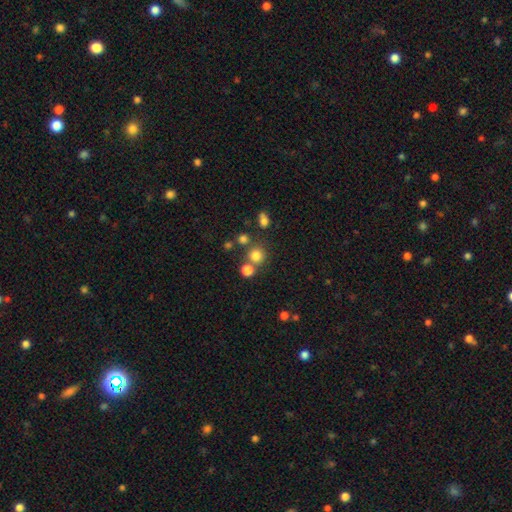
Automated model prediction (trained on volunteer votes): smooth-or-featured: smooth: 77% | star or artifact: 16% | featured or disk: 7%
  how-rounded: round: 90% | in between: 9% | cigar-shaped: 1%
  merging: none: 68% | merger: 20% | minor disturbance: 8% | major disturbance: 4%